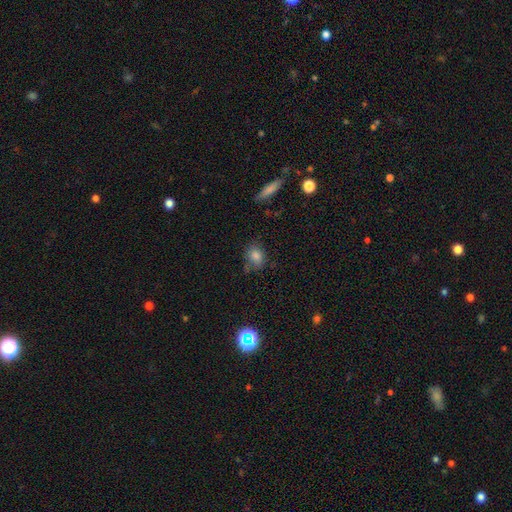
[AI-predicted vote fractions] Smooth or featured: smooth — 78% (star or artifact — 13%)
How rounded: round — 49% (tied with in between — 49%)
Merging: none — 65% (minor disturbance — 23%)